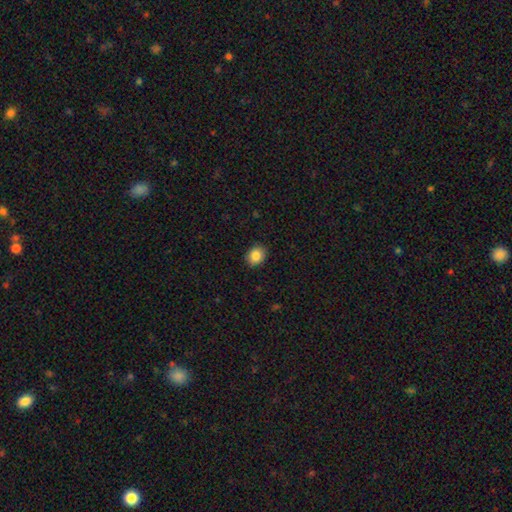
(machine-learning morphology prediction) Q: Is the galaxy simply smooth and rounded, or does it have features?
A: smooth — 86%.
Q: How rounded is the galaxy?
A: round — 58%.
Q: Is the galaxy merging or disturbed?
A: none — 89%.